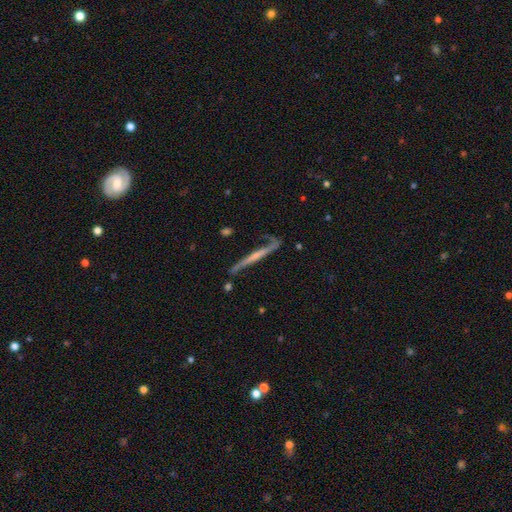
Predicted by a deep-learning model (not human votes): A featured or disk galaxy (73%) viewed edge-on (82%) with no central bulge (57%).

Vote fractions:
- Smooth or featured? featured or disk: 73% / smooth: 20% / star or artifact: 7%
- Edge-on disk? yes: 82% / no: 18%
- Edge-on bulge? none: 57% / rounded: 32% / boxy: 11%
- Merging? none: 59% / minor disturbance: 24% / major disturbance: 12% / merger: 5%